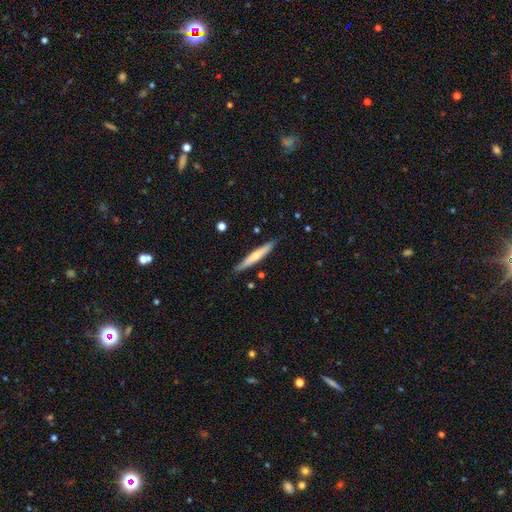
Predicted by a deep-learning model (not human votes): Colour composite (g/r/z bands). It shows a smooth galaxy with no disk features (52%) that is cigar-shaped (93%). Merging: none (87%).